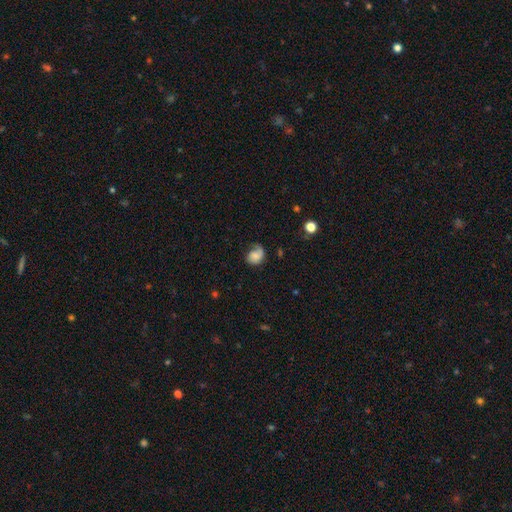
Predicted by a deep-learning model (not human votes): Q: Smooth or featured?
A: smooth (55%); runner-up: featured or disk (35%)
Q: How rounded?
A: in between (54%); runner-up: round (45%)
Q: Merging?
A: none (45%); runner-up: minor disturbance (30%)